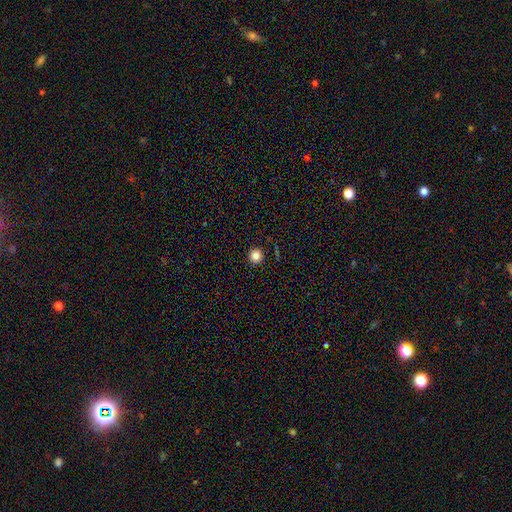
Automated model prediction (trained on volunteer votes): This is clearly a smooth galaxy (85%). How rounded: clearly round (95%). Merging: clearly none (93%).